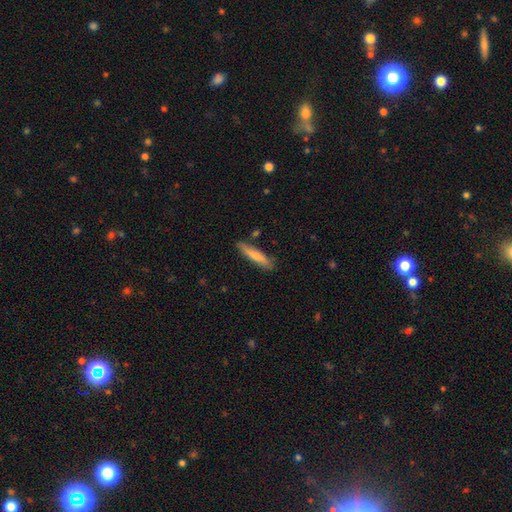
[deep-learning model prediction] A smooth galaxy with no disk features (72%) that is cigar-shaped (88%).

Vote fractions:
- Smooth or featured? smooth: 72% / featured or disk: 23% / star or artifact: 5%
- How rounded? cigar-shaped: 88% / in between: 11% / round: 1%
- Merging? none: 81% / minor disturbance: 14% / merger: 3% / major disturbance: 2%